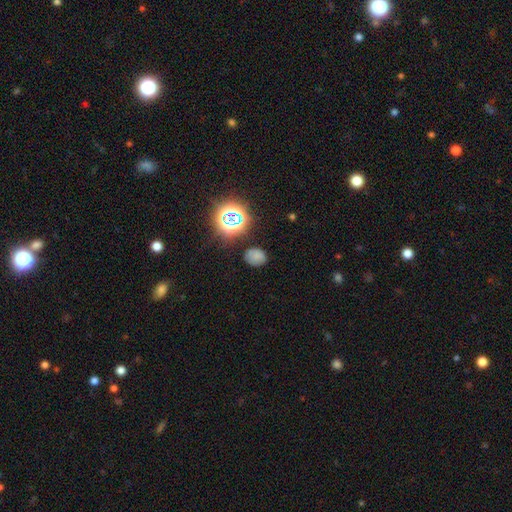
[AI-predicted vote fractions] smooth 67%, star or artifact 25%, featured or disk 8%. Down the decision tree: how rounded — round (50%); merging — none (75%).